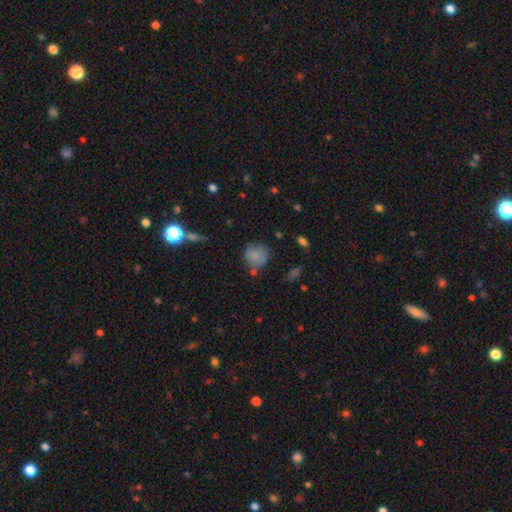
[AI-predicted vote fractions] Smooth or featured?
  - smooth: 72% *
  - featured or disk: 17%
  - star or artifact: 11%
How rounded?
  - round: 76% *
  - in between: 23%
  - cigar-shaped: 1%
Merging?
  - none: 52% *
  - minor disturbance: 27%
  - merger: 11%
  - major disturbance: 10%